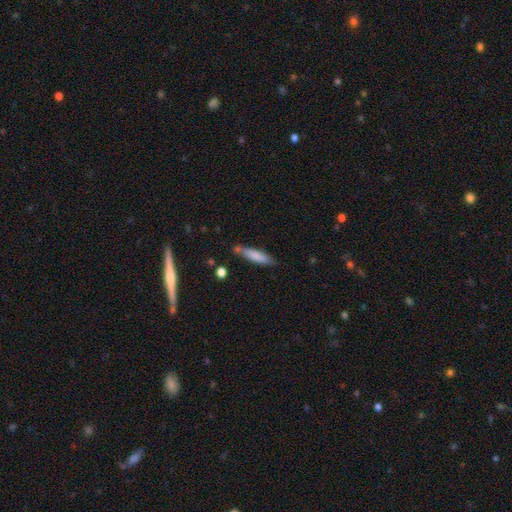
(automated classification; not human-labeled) Morphology: type=smooth (78%); roundness=cigar-shaped (76%); merging=none (71%).